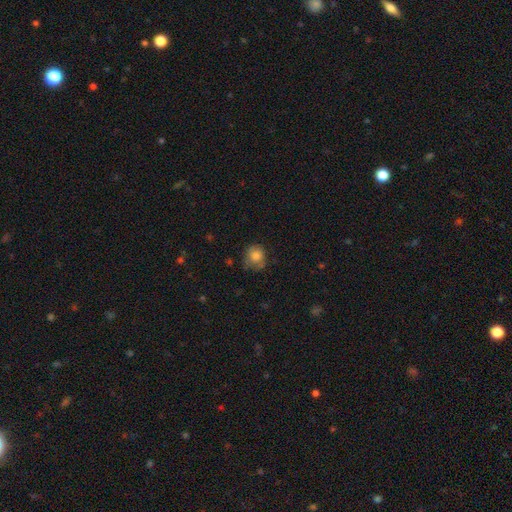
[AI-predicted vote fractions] smooth 77%, featured or disk 13%, star or artifact 10%. Down the decision tree: how rounded — round (78%); merging — none (56%).